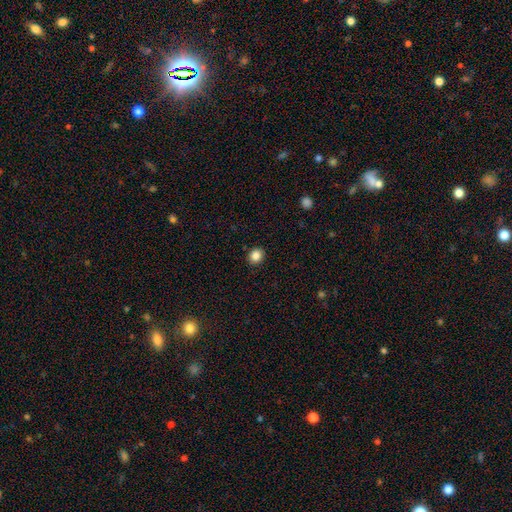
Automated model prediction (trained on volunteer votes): The model was most divided on "how rounded": round: 75%, in between: 24%, cigar-shaped: 1%. More confident: merging — none (91%); smooth or featured — smooth (86%).